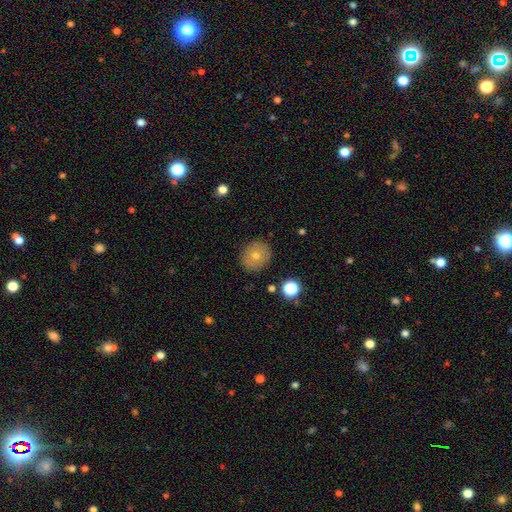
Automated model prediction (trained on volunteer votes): Smooth or featured? smooth (73%)
How rounded? round (84%)
Merging? none (87%)